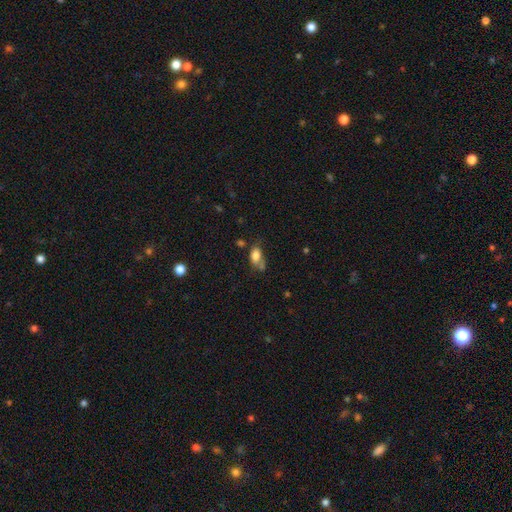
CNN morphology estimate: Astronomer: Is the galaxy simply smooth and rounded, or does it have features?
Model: smooth — 78%.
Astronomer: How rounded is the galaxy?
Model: in between — 84%.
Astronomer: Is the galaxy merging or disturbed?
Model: none — 39% (runner-up: merger, 25%).